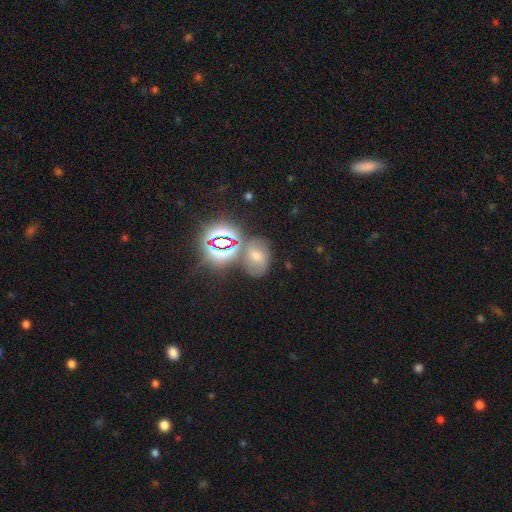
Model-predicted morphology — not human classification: Smooth or featured? star or artifact (47%)